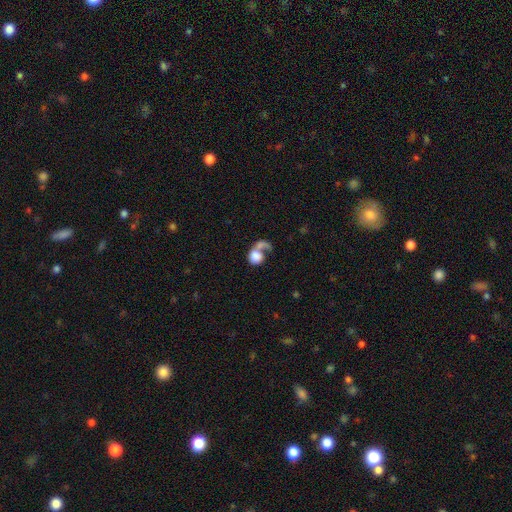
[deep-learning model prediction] smooth_or_featured: smooth (p=0.68) [alt: featured or disk p=0.24]
how_rounded: round (p=0.68) [alt: in between p=0.30]
merging: merger (p=0.48) [alt: none p=0.22]